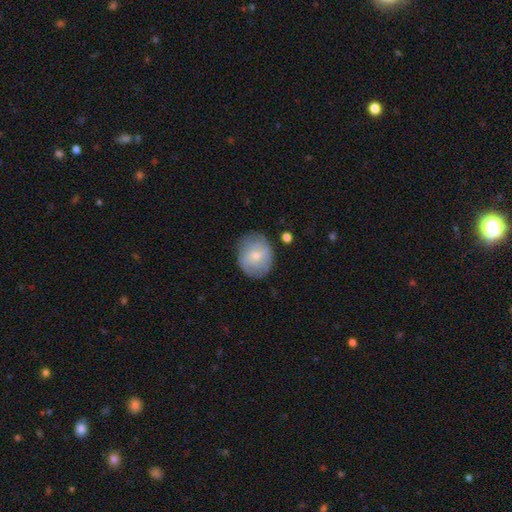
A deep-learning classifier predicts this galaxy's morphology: smooth_or_featured: smooth (p=0.60) [alt: featured or disk p=0.33]
how_rounded: round (p=0.72) [alt: in between p=0.27]
merging: none (p=0.74) [alt: minor disturbance p=0.18]